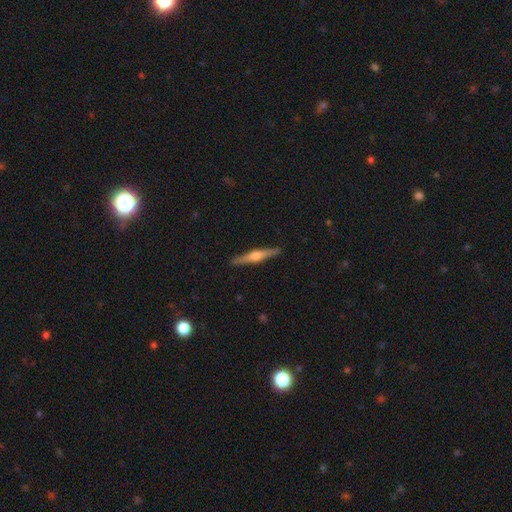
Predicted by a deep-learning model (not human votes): Overall: featured or disk (71%). Edge-on disk: yes (98%). Edge-on bulge: rounded (91%). Merging: none (91%).